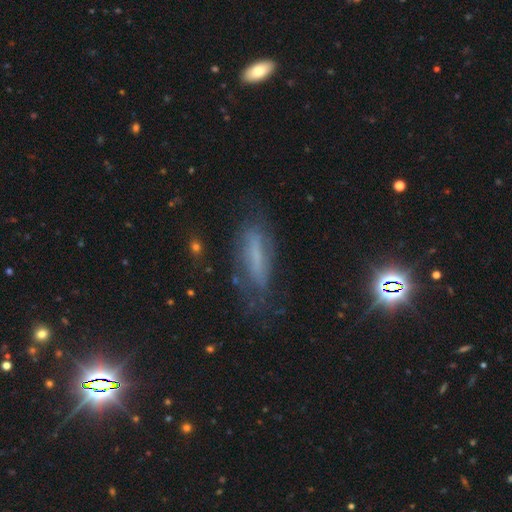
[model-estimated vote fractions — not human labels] This appears to be a featured or disk galaxy (46%). Merging: none (66%).